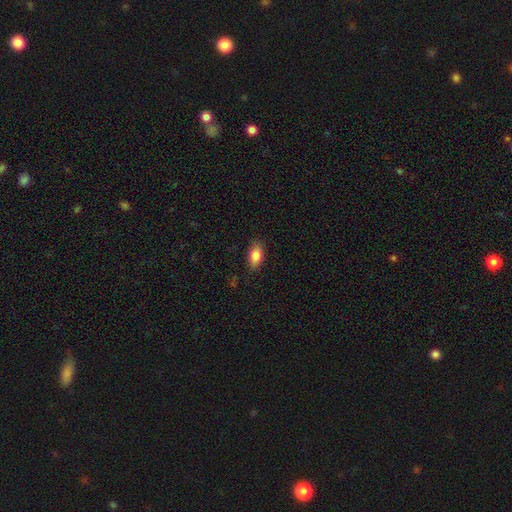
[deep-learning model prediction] smooth-or-featured: smooth: 84% | featured or disk: 8% | star or artifact: 8%
  how-rounded: in between: 87% | cigar-shaped: 7% | round: 6%
  merging: none: 82% | minor disturbance: 14% | major disturbance: 3% | merger: 1%